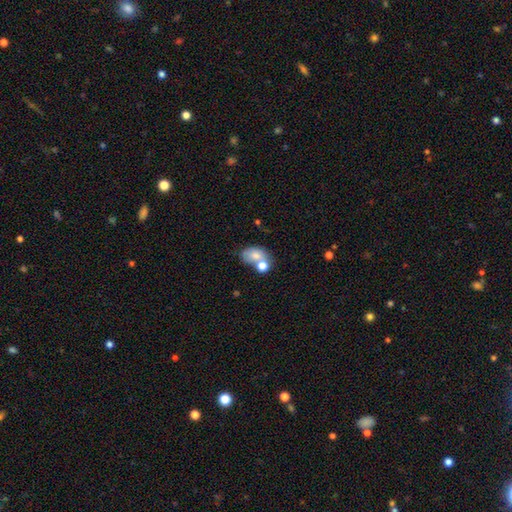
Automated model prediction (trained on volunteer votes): This is likely a smooth galaxy (72%). How rounded: likely in between (74%). Merging: marginally merger (42%).